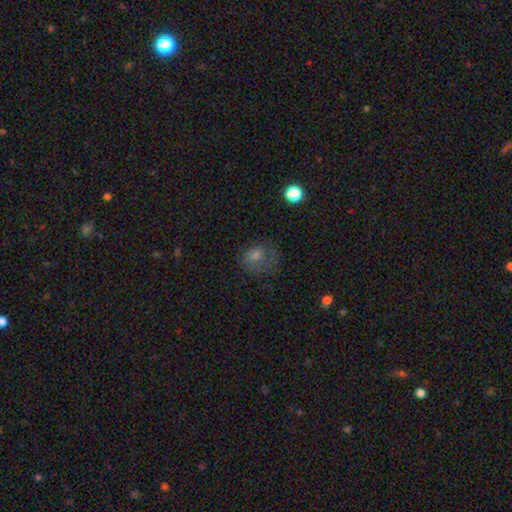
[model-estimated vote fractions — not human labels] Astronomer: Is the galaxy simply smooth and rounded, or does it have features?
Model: smooth — 64%.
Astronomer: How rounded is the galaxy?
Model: round — 60% (runner-up: in between, 39%).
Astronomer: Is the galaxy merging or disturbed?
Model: none — 45% (runner-up: major disturbance, 29%).